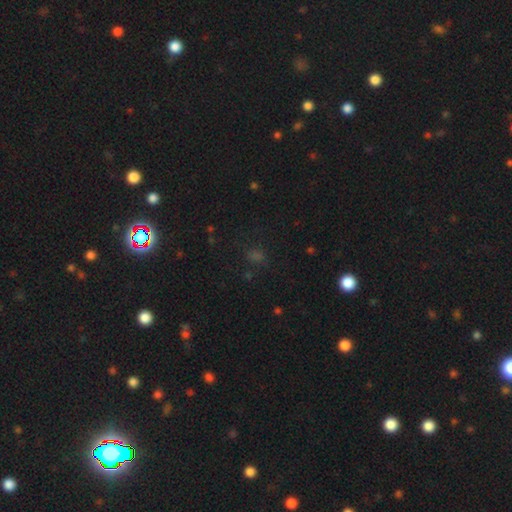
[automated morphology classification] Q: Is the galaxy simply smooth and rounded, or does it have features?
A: star or artifact — 54%.